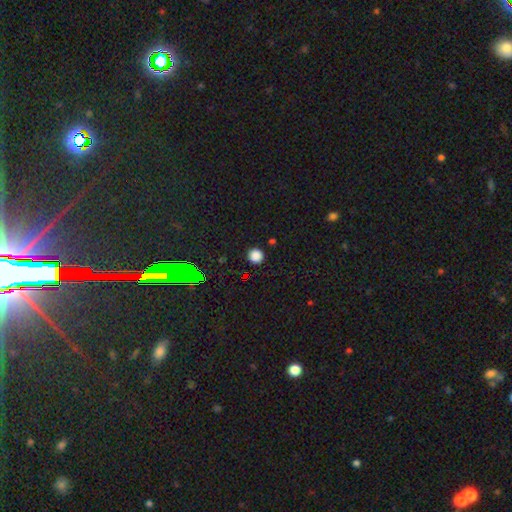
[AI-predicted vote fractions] Smooth or featured? Predicted: smooth (p=0.81). How rounded? Predicted: round (p=0.95). Merging? Predicted: none (p=0.91).